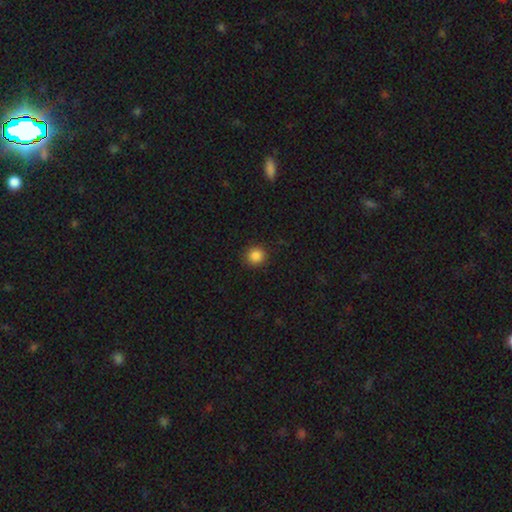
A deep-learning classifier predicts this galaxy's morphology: Smooth or featured? smooth (86%)
How rounded? round (92%)
Merging? none (91%)